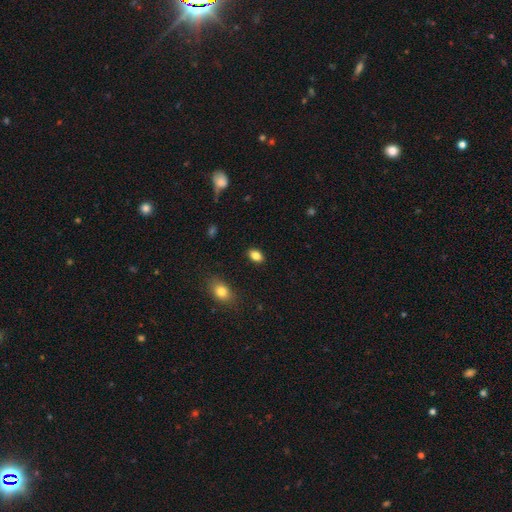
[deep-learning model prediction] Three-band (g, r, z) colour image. It shows a smooth galaxy with no disk features (85%) that is in between round and cigar-shaped (83%). Merging: none (88%).